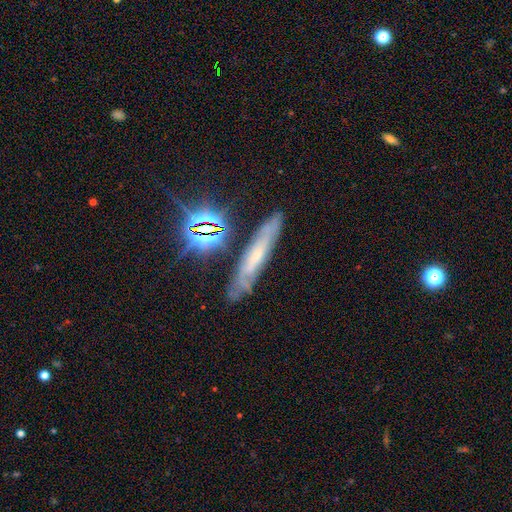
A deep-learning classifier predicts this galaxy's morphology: A featured or disk galaxy (55%) viewed edge-on (52%).

Vote fractions:
- Smooth or featured? featured or disk: 55% / smooth: 22% / star or artifact: 22%
- Edge-on disk? yes: 52% / no: 48%
- Merging? none: 77% / minor disturbance: 16% / major disturbance: 5% / merger: 3%